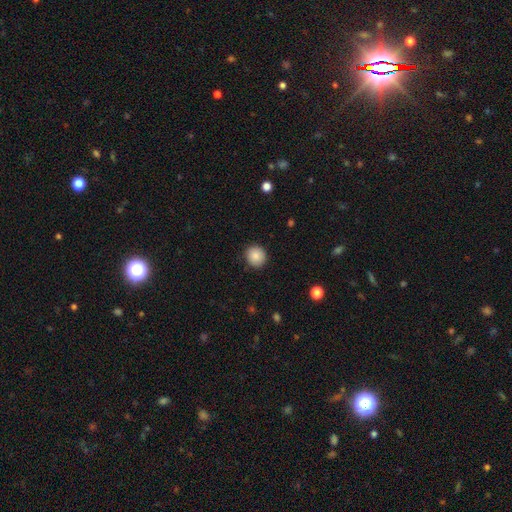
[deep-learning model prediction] This is clearly a smooth galaxy (87%). How rounded: clearly round (88%). Merging: clearly none (89%).